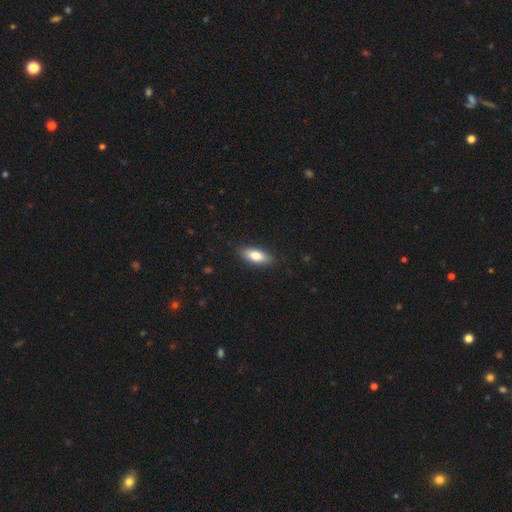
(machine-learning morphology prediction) Q: Smooth or featured?
A: smooth (79%); runner-up: featured or disk (15%)
Q: How rounded?
A: in between (76%); runner-up: cigar-shaped (21%)
Q: Merging?
A: none (88%); runner-up: minor disturbance (9%)